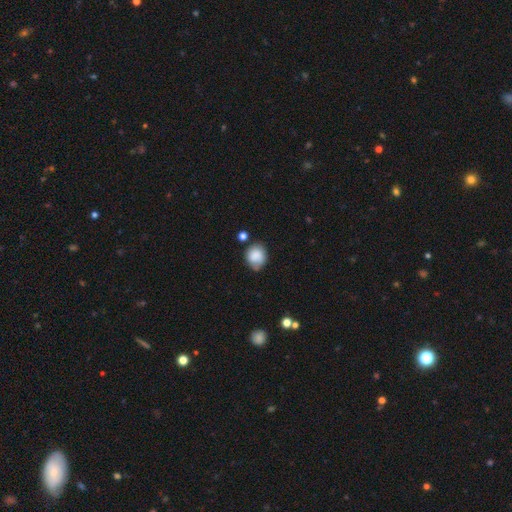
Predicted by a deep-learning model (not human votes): Smooth or featured? Predicted: smooth (p=0.82). How rounded? Predicted: round (p=0.69). Merging? Predicted: none (p=0.59).